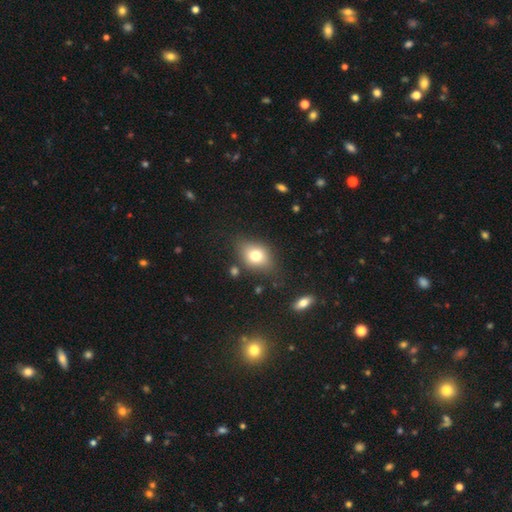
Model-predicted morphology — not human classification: Overall: smooth (73%). How rounded: in between (67%; round 31%). Merging: none (72%).